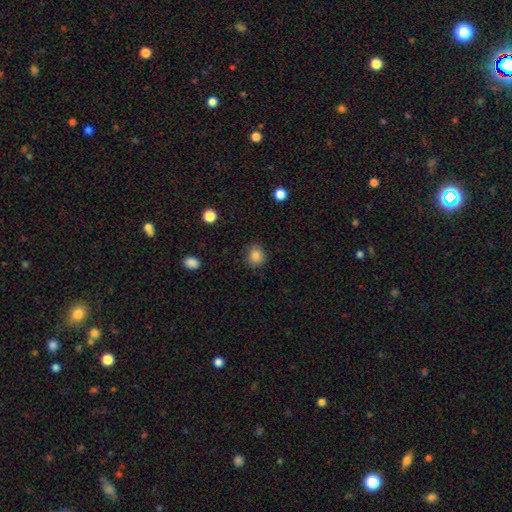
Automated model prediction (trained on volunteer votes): A smooth galaxy with no disk features (84%) that is round (77%).

Vote fractions:
- Smooth or featured? smooth: 84% / star or artifact: 10% / featured or disk: 5%
- How rounded? round: 77% / in between: 22% / cigar-shaped: 1%
- Merging? none: 82% / minor disturbance: 14% / major disturbance: 3% / merger: 1%